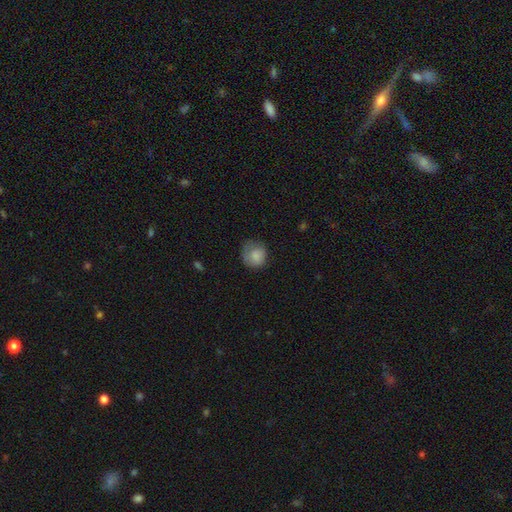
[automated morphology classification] This appears to be a smooth galaxy with no disk features (81%) that is round (79%). Merging: none (57%).